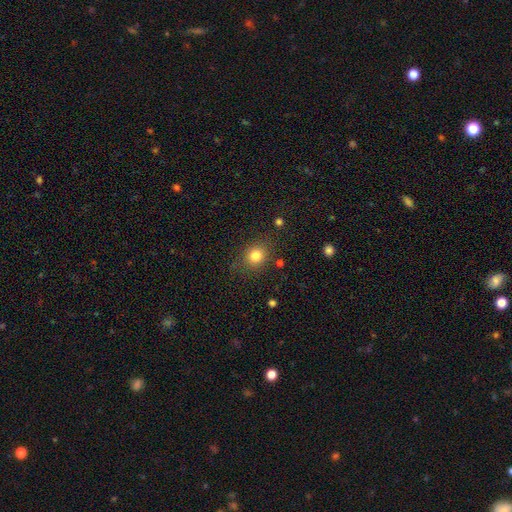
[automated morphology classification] The model was most divided on "how rounded": round: 71%, in between: 28%, cigar-shaped: 1%. More confident: smooth or featured — smooth (80%); merging — none (80%).